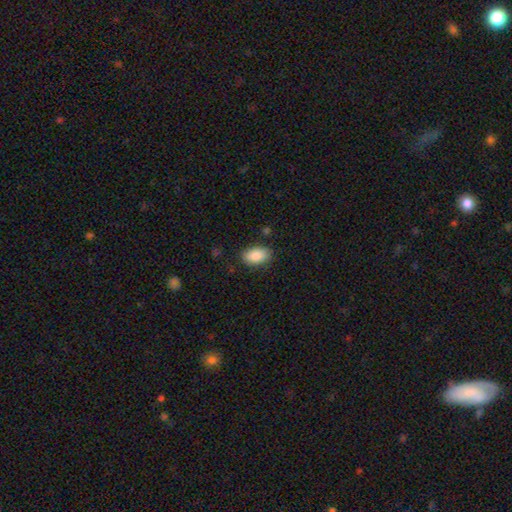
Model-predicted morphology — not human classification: This appears to be a smooth galaxy with no disk features (87%) that is in between round and cigar-shaped (92%). Merging: none (83%).